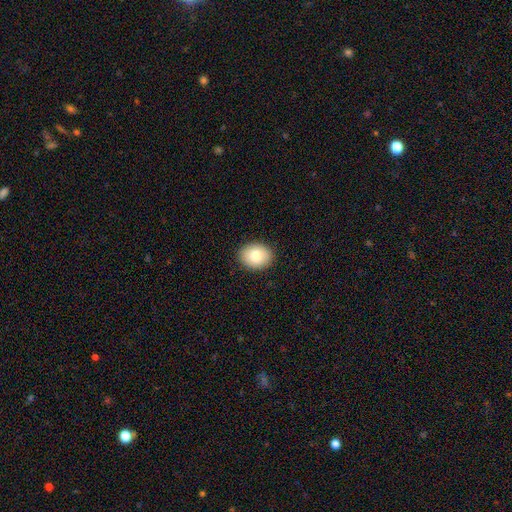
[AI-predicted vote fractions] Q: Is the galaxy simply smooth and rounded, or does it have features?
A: smooth — 83%.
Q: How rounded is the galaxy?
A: in between — 57%.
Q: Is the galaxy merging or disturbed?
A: none — 90%.